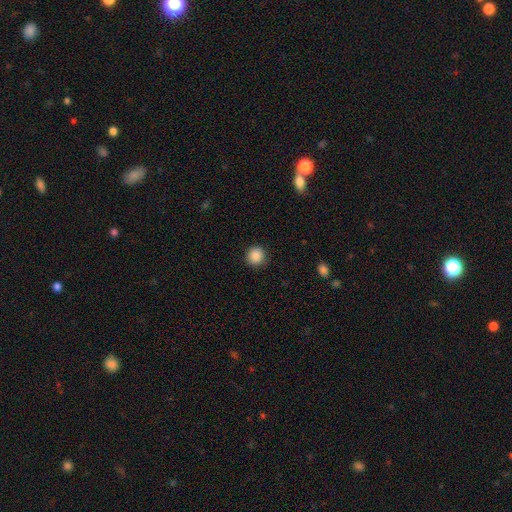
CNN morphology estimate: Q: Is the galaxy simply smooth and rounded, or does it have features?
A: smooth — 88%.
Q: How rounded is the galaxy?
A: round — 93%.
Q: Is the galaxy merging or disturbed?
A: none — 92%.